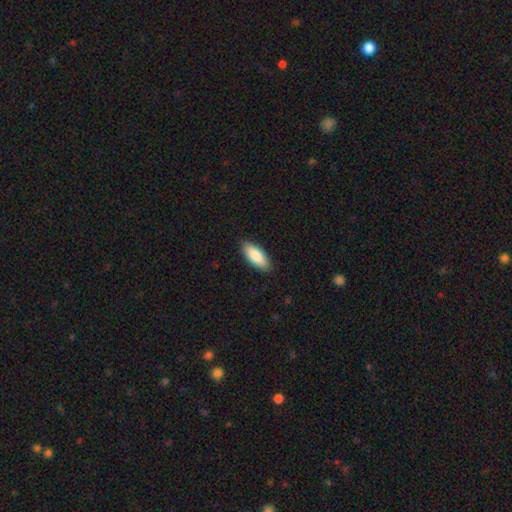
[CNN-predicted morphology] Q: Smooth or featured?
A: smooth (85%); runner-up: featured or disk (10%)
Q: How rounded?
A: in between (82%); runner-up: cigar-shaped (16%)
Q: Merging?
A: none (88%); runner-up: minor disturbance (9%)